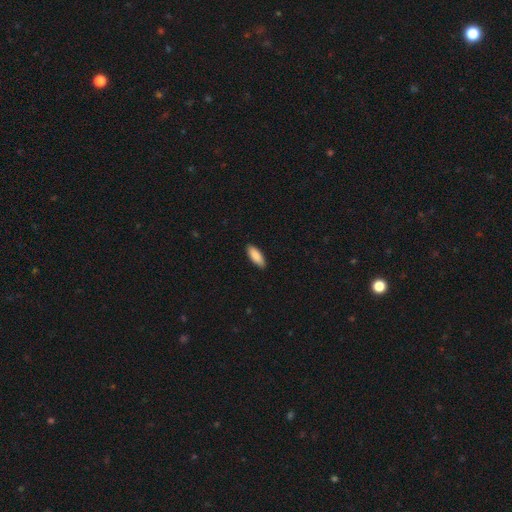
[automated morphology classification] smooth 89%, star or artifact 5%, featured or disk 5%. Down the decision tree: how rounded — in between (74%); merging — none (89%).